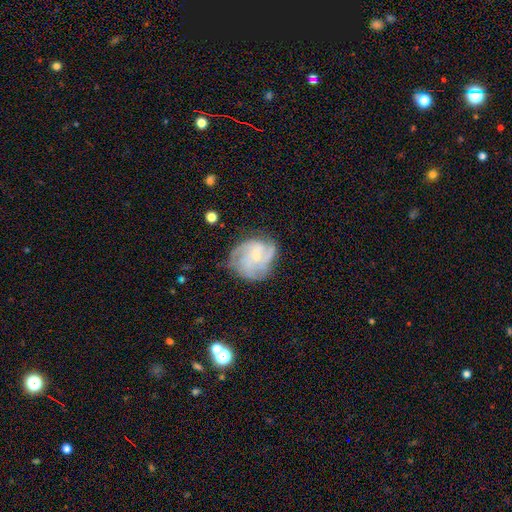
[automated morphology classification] Q: Smooth or featured?
A: featured or disk (79%); runner-up: smooth (14%)
Q: Edge-on disk?
A: no (98%); runner-up: yes (2%)
Q: Bar?
A: no (69%); runner-up: weak (27%)
Q: Spiral arms?
A: yes (93%); runner-up: no (7%)
Q: Spiral winding?
A: tight (45%); runner-up: medium (41%)
Q: Spiral arm count?
A: 3 (35%); runner-up: can't tell (23%)
Q: Bulge size?
A: small (73%); runner-up: moderate (18%)
Q: Merging?
A: none (65%); runner-up: minor disturbance (22%)